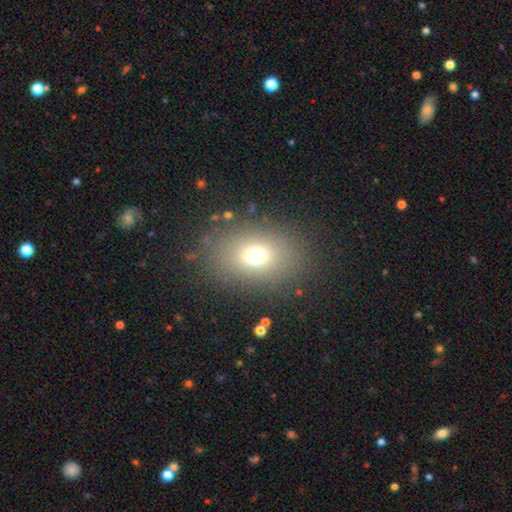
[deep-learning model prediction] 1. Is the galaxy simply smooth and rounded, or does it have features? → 71% smooth, 16% star or artifact, 13% featured or disk.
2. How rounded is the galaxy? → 68% in between, 30% round, 1% cigar-shaped.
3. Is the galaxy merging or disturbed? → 85% none, 8% minor disturbance, 5% major disturbance, 2% merger.